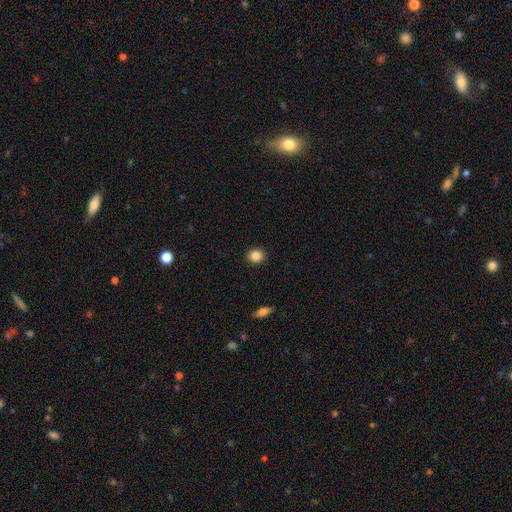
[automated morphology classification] A smooth galaxy with no disk features (86%) that is round (81%).

Vote fractions:
- Smooth or featured? smooth: 86% / star or artifact: 10% / featured or disk: 4%
- How rounded? round: 81% / in between: 18% / cigar-shaped: 1%
- Merging? none: 92% / minor disturbance: 5% / major disturbance: 2% / merger: 1%